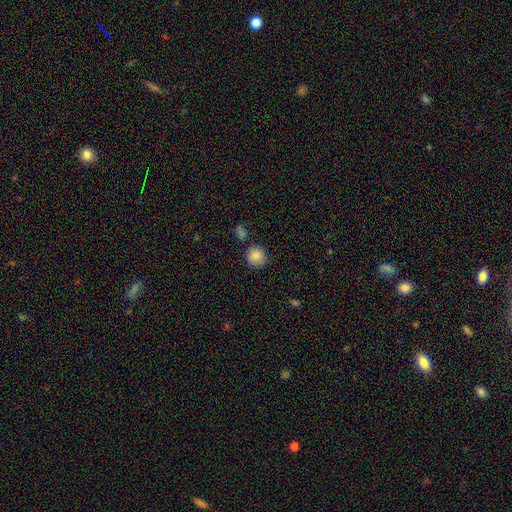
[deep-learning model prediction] Q: Smooth or featured?
A: smooth (87%); runner-up: star or artifact (9%)
Q: How rounded?
A: round (91%); runner-up: in between (8%)
Q: Merging?
A: none (81%); runner-up: minor disturbance (11%)